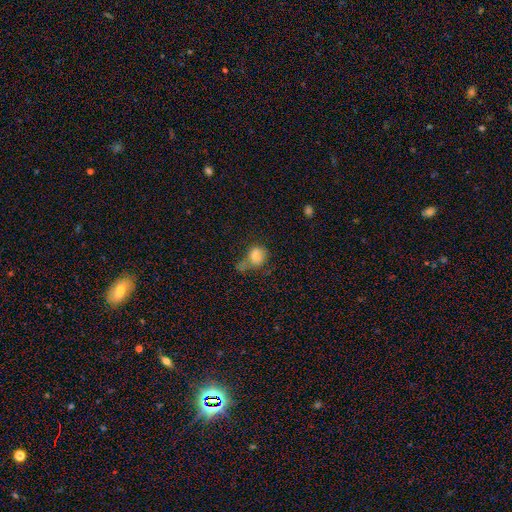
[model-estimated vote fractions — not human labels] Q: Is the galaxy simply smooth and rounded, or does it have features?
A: smooth — 76%.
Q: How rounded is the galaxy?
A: round — 60%.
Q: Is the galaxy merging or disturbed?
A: none — 34%.